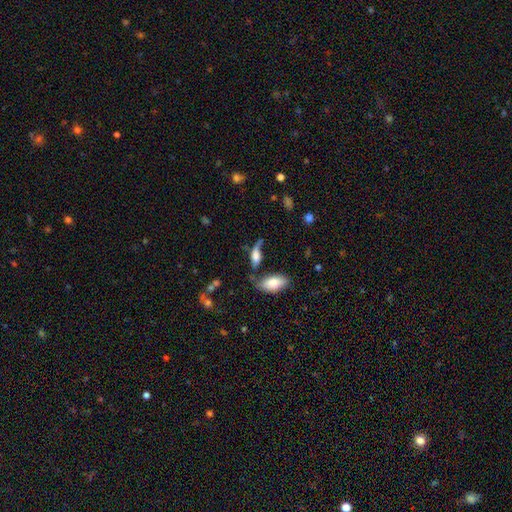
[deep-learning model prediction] smooth 57%, featured or disk 33%, star or artifact 10%. Down the decision tree: how rounded — in between (64%); merging — none (46%).